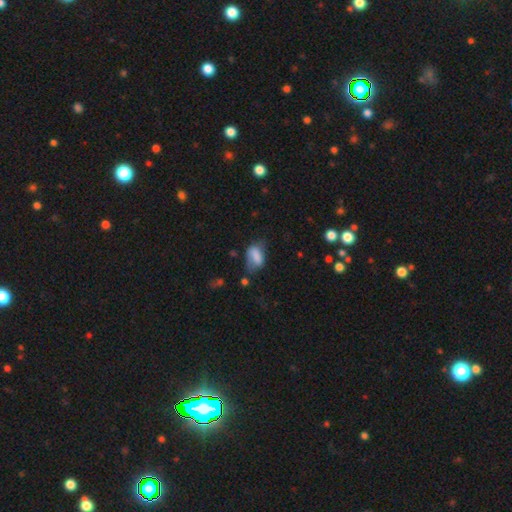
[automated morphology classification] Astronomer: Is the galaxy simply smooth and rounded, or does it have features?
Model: smooth — 73%.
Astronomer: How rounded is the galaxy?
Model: in between — 87%.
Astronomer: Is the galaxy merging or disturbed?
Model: none — 37% (runner-up: minor disturbance, 34%).